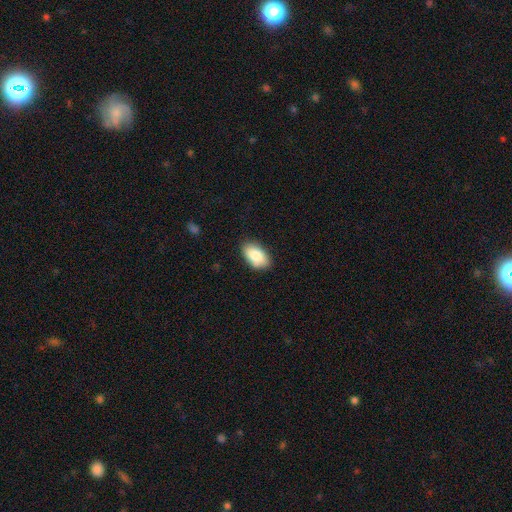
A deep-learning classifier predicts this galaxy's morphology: Smooth or featured? smooth (85%)
How rounded? in between (94%)
Merging? none (83%)